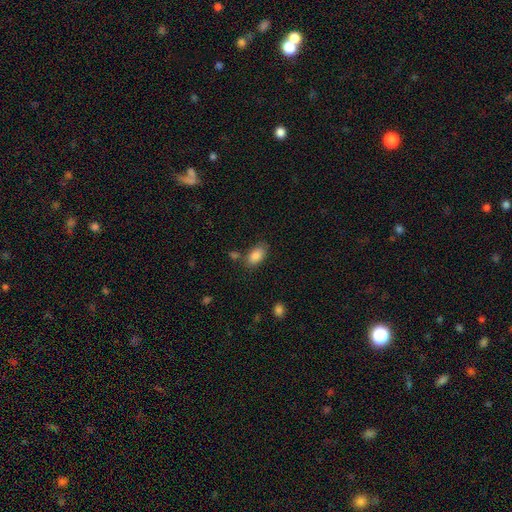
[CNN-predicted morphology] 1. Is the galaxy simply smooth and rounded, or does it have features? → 86% smooth, 7% star or artifact, 6% featured or disk.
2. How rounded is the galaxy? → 92% in between, 5% round, 2% cigar-shaped.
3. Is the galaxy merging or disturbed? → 73% none, 15% minor disturbance, 7% merger, 4% major disturbance.